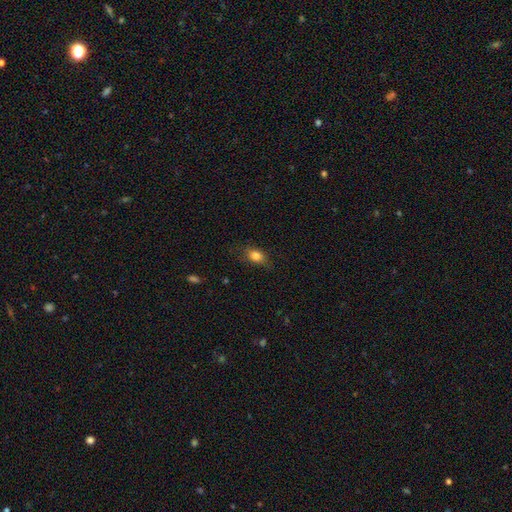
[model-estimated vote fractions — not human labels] Smooth or featured: smooth — 83% (star or artifact — 9%)
How rounded: in between — 76% (round — 20%)
Merging: none — 75% (minor disturbance — 19%)